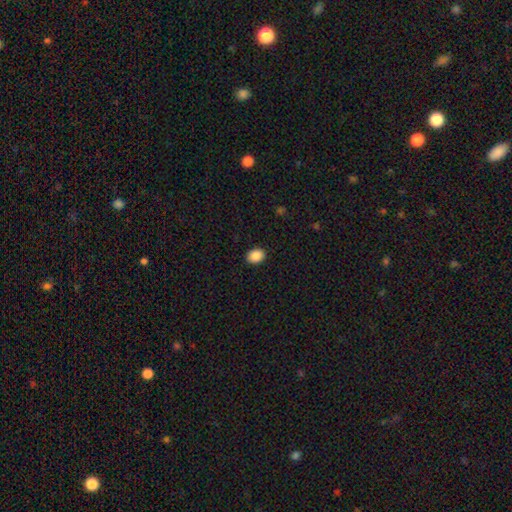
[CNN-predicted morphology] smooth 89%, star or artifact 8%, featured or disk 3%. Down the decision tree: how rounded — in between (61%); merging — none (91%).